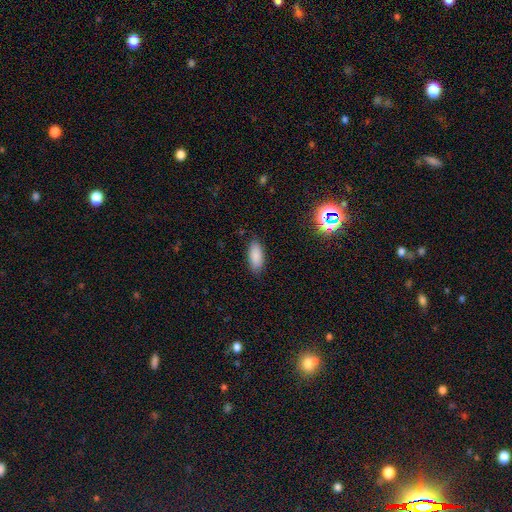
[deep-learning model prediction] Q: Smooth or featured?
A: smooth (87%); runner-up: star or artifact (8%)
Q: How rounded?
A: in between (85%); runner-up: cigar-shaped (13%)
Q: Merging?
A: none (86%); runner-up: minor disturbance (10%)